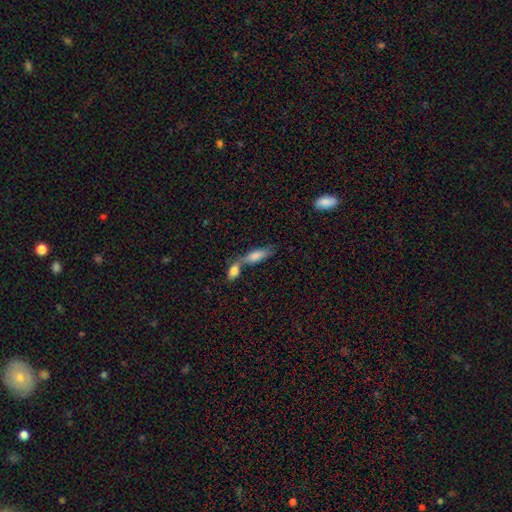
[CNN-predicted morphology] This appears to be a smooth galaxy with no disk features (78%) that is in between round and cigar-shaped (69%). Merging: merger (62%).